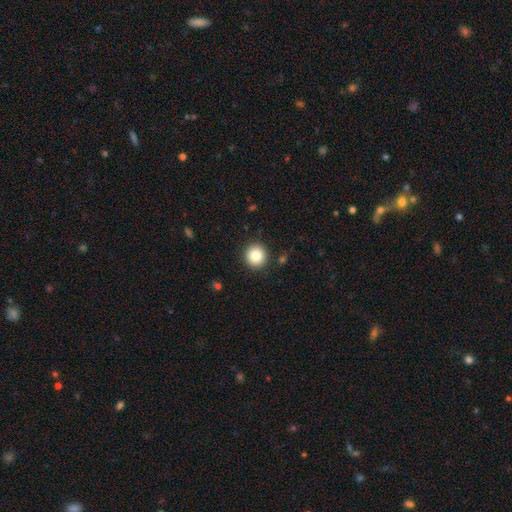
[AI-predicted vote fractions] Overall: smooth (84%). How rounded: round (94%). Merging: none (91%).